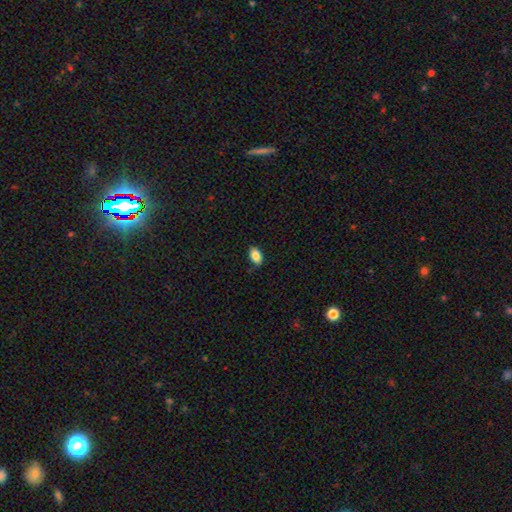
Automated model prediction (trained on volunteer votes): Morphology: type=smooth (85%); roundness=in between (91%); merging=none (82%).